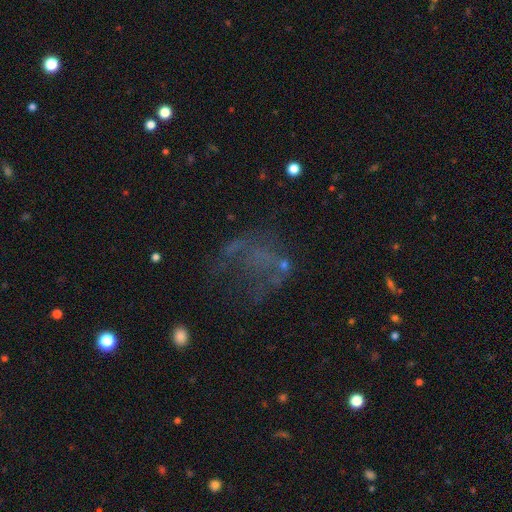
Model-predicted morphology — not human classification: This is marginally a featured or disk galaxy (45%). Merging: marginally major disturbance (41%).